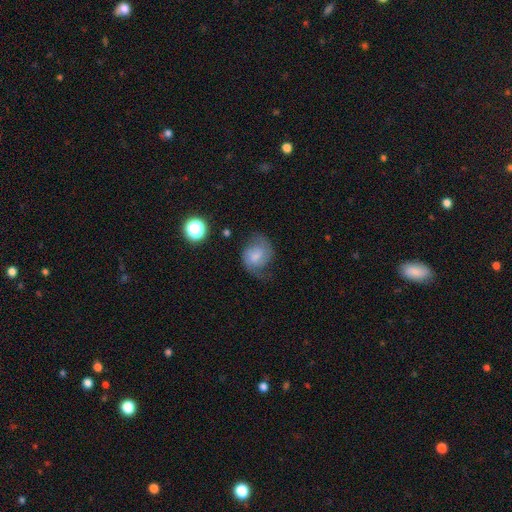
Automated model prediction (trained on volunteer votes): This appears to be a featured or disk galaxy (56%) with no bar (47%), spiral arms (89%) and a small central bulge (38%). Merging: none (54%).